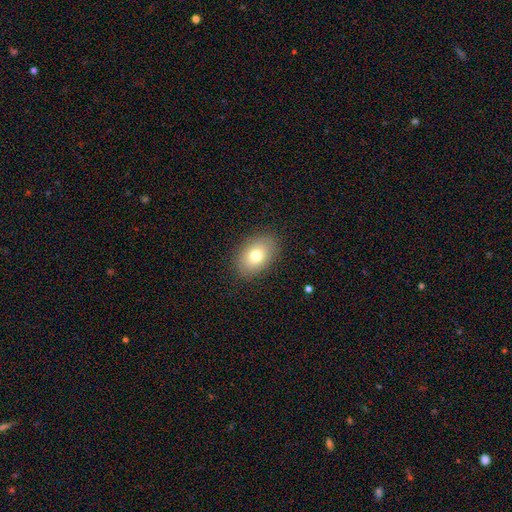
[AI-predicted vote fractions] Smooth or featured: smooth — 76% (featured or disk — 16%)
How rounded: in between — 82% (round — 16%)
Merging: none — 87% (minor disturbance — 9%)